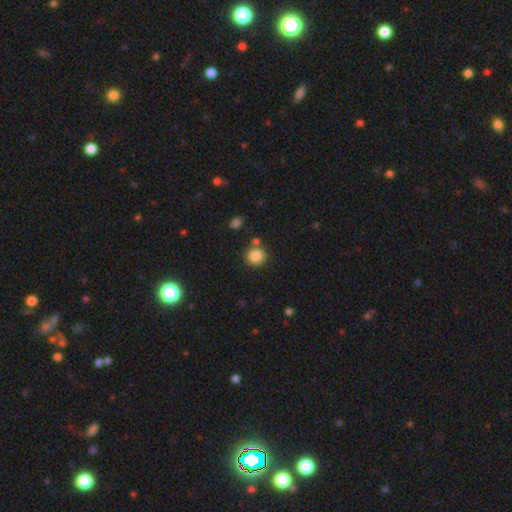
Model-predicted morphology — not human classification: smooth 85%, star or artifact 10%, featured or disk 5%. Down the decision tree: how rounded — round (90%); merging — none (79%).